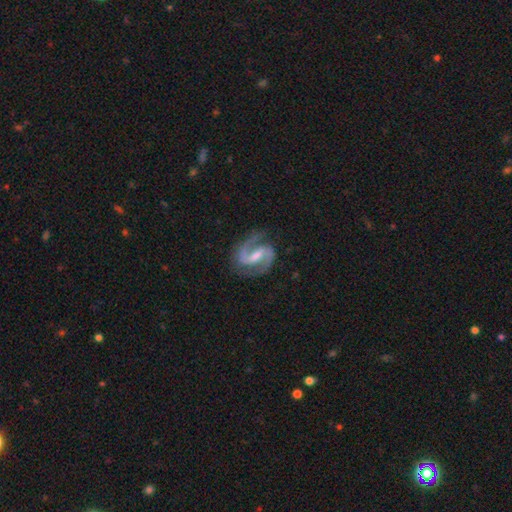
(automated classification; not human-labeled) This is clearly a featured or disk galaxy (92%). It is clearly not viewed edge-on (98%). Bar: possibly strong (47%). Spiral arm pattern: clearly yes (98%). Spiral arm count: clearly 2 (94%). Spiral winding: likely medium (63%). Central bulge: marginally moderate (42%). Merging: clearly none (80%).